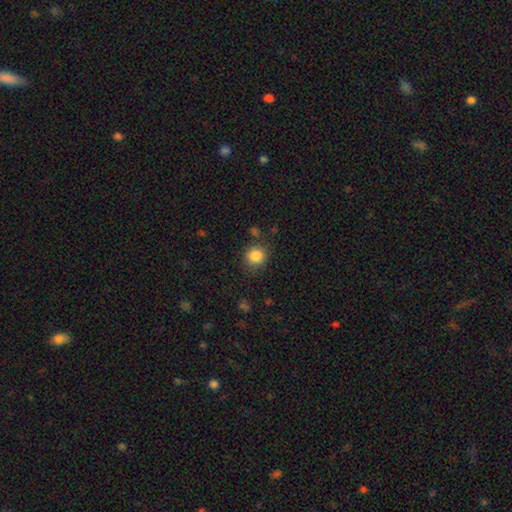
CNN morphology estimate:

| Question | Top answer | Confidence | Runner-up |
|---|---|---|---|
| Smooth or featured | smooth | 85% | star or artifact (10%) |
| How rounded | round | 84% | in between (15%) |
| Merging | none | 81% | minor disturbance (12%) |